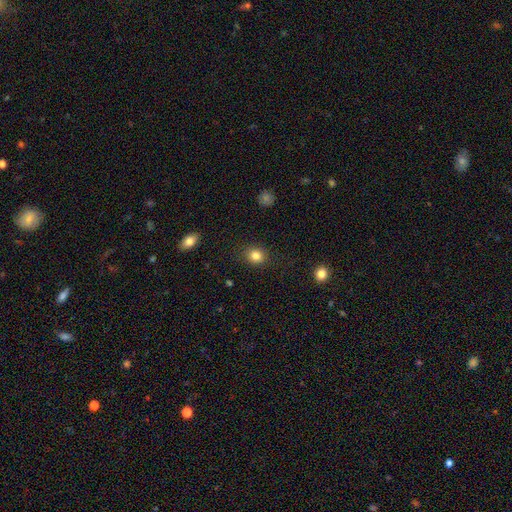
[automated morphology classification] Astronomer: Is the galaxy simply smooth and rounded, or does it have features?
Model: smooth — 83%.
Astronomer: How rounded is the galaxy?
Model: round — 74%.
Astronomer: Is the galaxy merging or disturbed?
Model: none — 87%.